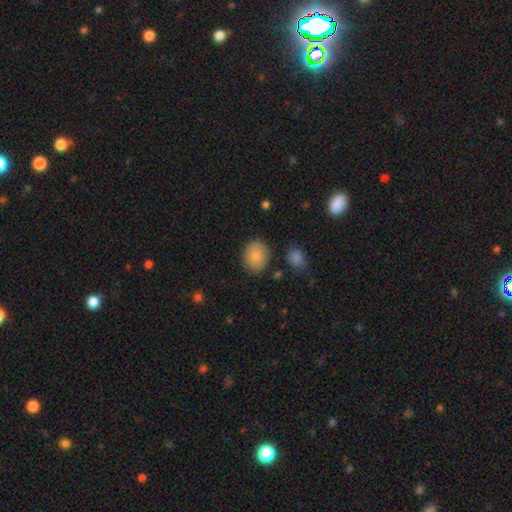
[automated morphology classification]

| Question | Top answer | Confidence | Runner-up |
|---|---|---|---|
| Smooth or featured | smooth | 82% | featured or disk (9%) |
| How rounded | round | 64% | in between (35%) |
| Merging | none | 83% | minor disturbance (11%) |